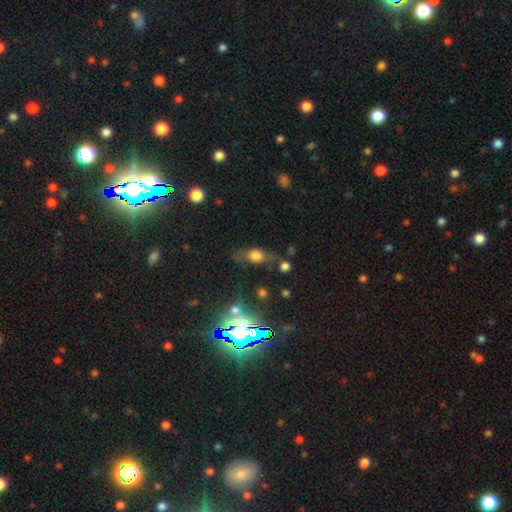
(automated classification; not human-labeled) Smooth or featured?
  - smooth: 58% *
  - featured or disk: 24%
  - star or artifact: 18%
How rounded?
  - in between: 65% *
  - round: 22%
  - cigar-shaped: 13%
Merging?
  - none: 60% *
  - minor disturbance: 22%
  - major disturbance: 12%
  - merger: 6%